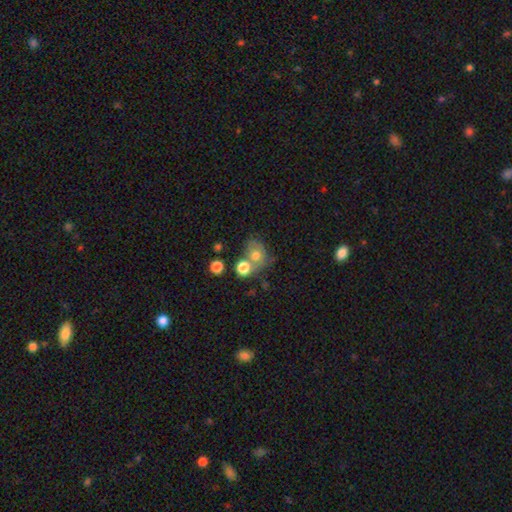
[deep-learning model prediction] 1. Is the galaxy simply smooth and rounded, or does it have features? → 65% smooth, 23% featured or disk, 12% star or artifact.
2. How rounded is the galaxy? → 65% round, 34% in between, 1% cigar-shaped.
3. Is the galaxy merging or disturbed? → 38% none (tied), 38% merger (tied), 15% minor disturbance, 10% major disturbance.